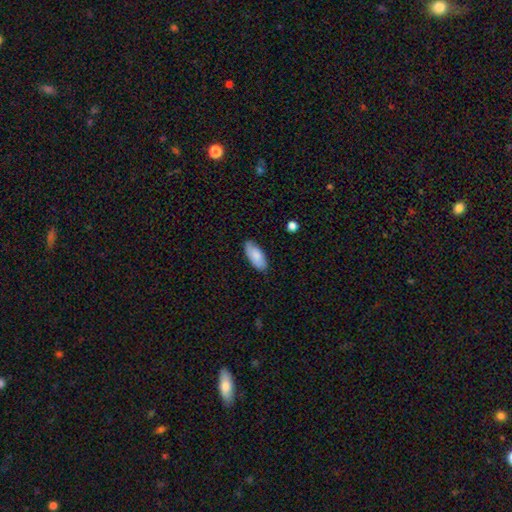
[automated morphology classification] smooth-or-featured: smooth: 83% | featured or disk: 11% | star or artifact: 6%
  how-rounded: in between: 90% | cigar-shaped: 8% | round: 2%
  merging: none: 80% | minor disturbance: 17% | major disturbance: 2% | merger: 1%